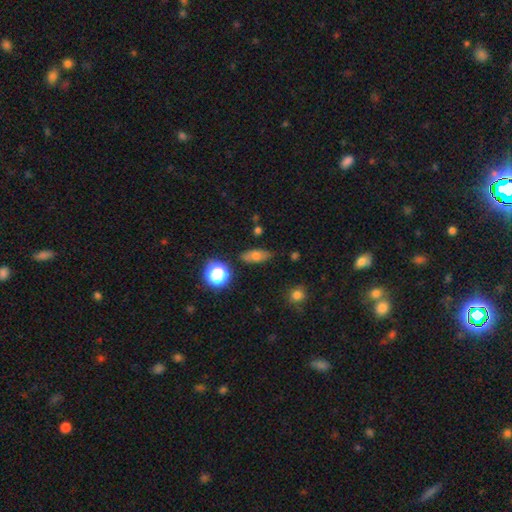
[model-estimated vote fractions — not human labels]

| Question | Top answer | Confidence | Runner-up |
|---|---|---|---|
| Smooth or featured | smooth | 67% | featured or disk (19%) |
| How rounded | in between | 71% | cigar-shaped (17%) |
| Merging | none | 81% | minor disturbance (13%) |